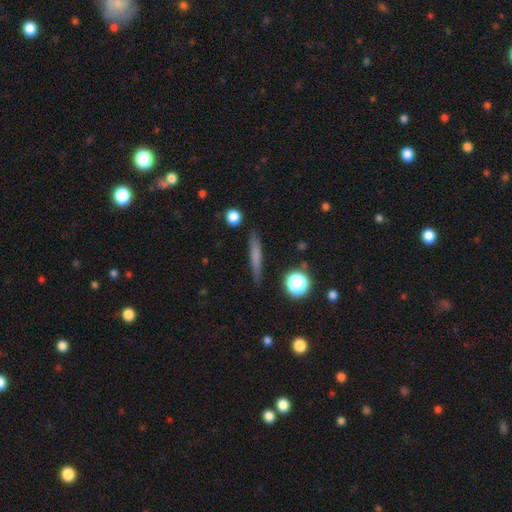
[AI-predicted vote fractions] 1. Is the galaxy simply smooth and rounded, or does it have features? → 61% smooth, 29% featured or disk, 10% star or artifact.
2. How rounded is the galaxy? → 88% cigar-shaped, 7% in between, 4% round.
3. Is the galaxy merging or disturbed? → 86% none, 10% minor disturbance, 2% major disturbance, 2% merger.